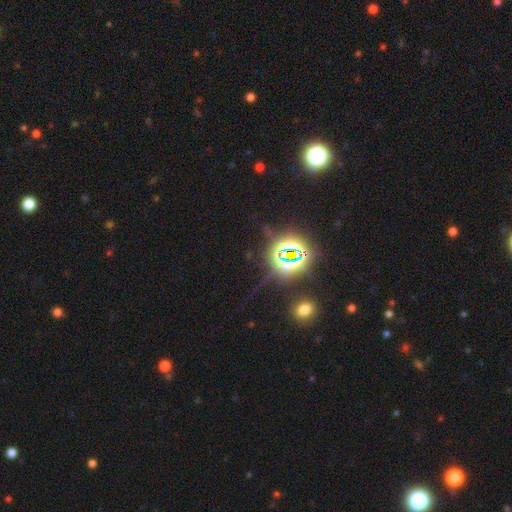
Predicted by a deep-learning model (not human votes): A star or artifact, not a galaxy (79%).

Vote fractions:
- Smooth or featured? star or artifact: 79% / smooth: 13% / featured or disk: 8%